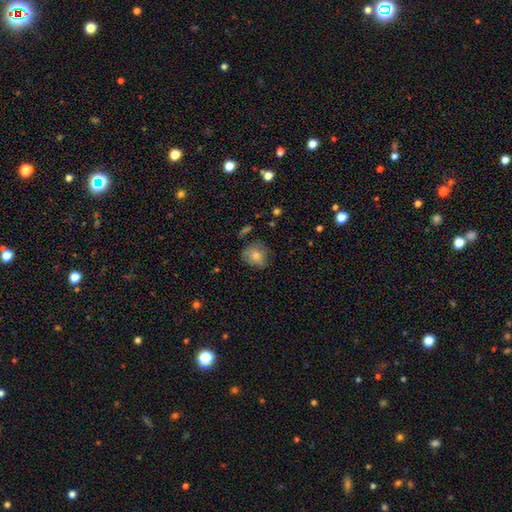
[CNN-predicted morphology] smooth-or-featured: smooth: 58% | featured or disk: 27% | star or artifact: 14%
  how-rounded: round: 76% | in between: 23% | cigar-shaped: 1%
  merging: none: 65% | minor disturbance: 24% | major disturbance: 8% | merger: 3%